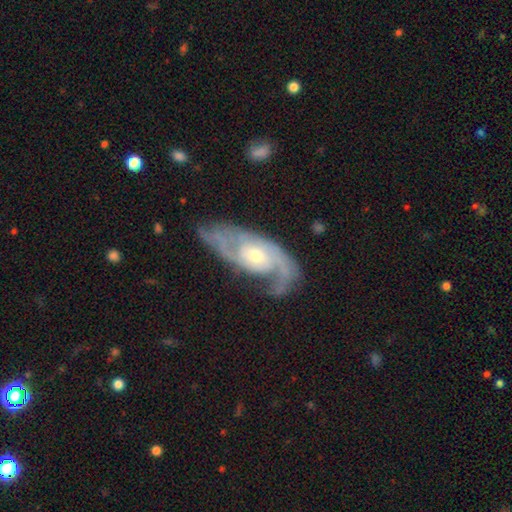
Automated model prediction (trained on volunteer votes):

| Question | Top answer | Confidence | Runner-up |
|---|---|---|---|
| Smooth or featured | featured or disk | 87% | smooth (9%) |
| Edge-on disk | no | 93% | yes (7%) |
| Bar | no | 67% | weak (28%) |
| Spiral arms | yes | 95% | no (5%) |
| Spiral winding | medium | 43% | tight (34%) |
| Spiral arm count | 2 | 64% | can't tell (13%) |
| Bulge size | moderate | 60% | small (34%) |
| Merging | none | 60% | minor disturbance (22%) |